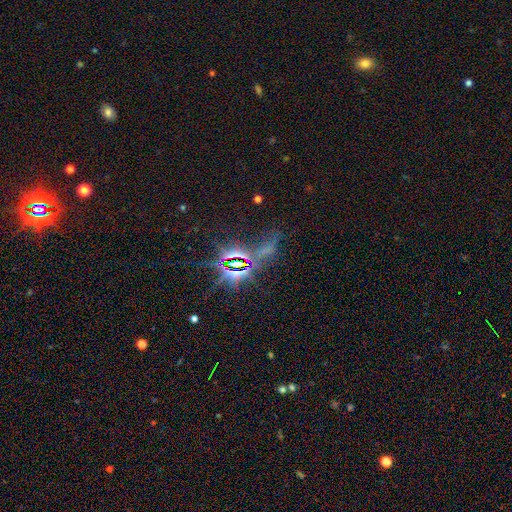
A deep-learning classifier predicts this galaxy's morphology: smooth_or_featured: star or artifact (p=0.52) [alt: smooth p=0.27]